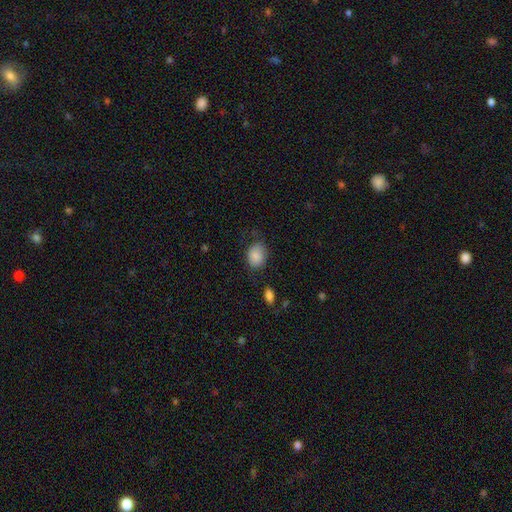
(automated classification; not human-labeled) smooth-or-featured: smooth: 88% | star or artifact: 7% | featured or disk: 5%
  how-rounded: in between: 62% | round: 37% | cigar-shaped: 1%
  merging: none: 71% | minor disturbance: 21% | major disturbance: 6% | merger: 2%